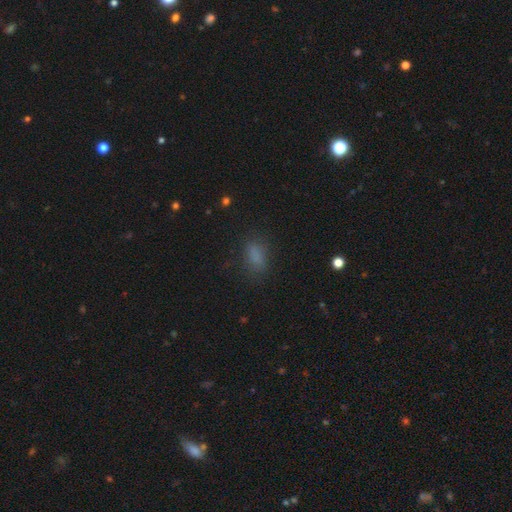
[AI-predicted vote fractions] Smooth or featured: smooth — 75% (star or artifact — 16%)
How rounded: in between — 81% (round — 11%)
Merging: none — 72% (minor disturbance — 17%)